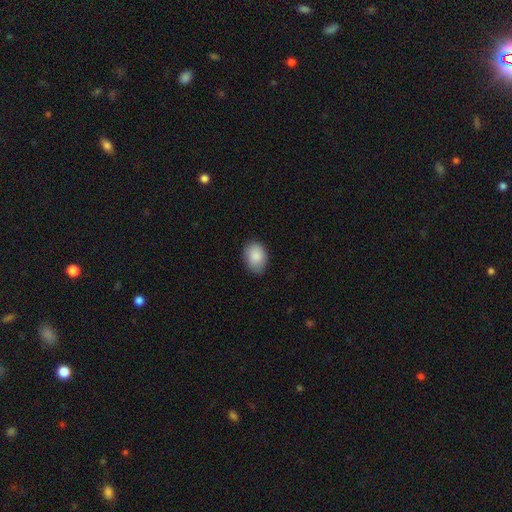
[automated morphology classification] smooth-or-featured: smooth: 88% | star or artifact: 7% | featured or disk: 5%
  how-rounded: in between: 77% | round: 22% | cigar-shaped: 1%
  merging: none: 80% | minor disturbance: 16% | major disturbance: 3% | merger: 1%